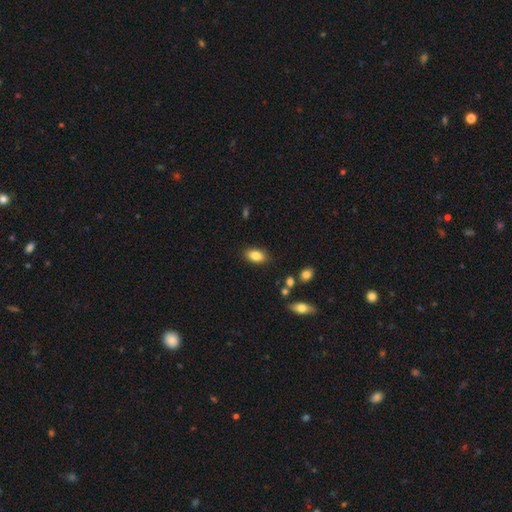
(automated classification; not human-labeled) smooth_or_featured: smooth (p=0.85) [alt: star or artifact p=0.08]
how_rounded: in between (p=0.89) [alt: round p=0.08]
merging: none (p=0.85) [alt: minor disturbance p=0.10]